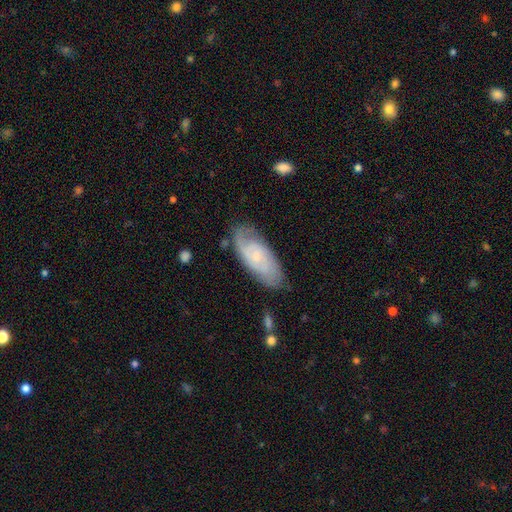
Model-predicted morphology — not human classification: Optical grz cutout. It shows a featured or disk galaxy (67%) with no bar (61%), 2 (49%) tight (48%) spiral arms (91%) and a small central bulge (70%). Merging: none (74%).